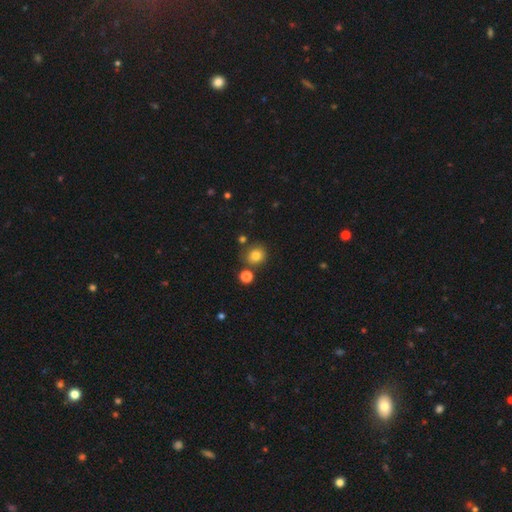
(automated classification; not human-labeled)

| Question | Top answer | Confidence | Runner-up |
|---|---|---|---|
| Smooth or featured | smooth | 81% | star or artifact (12%) |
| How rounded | round | 84% | in between (15%) |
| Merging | none | 76% | minor disturbance (11%) |